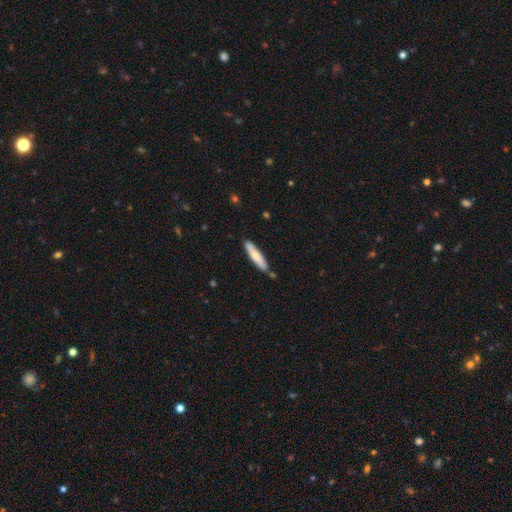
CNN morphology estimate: Smooth or featured? Predicted: smooth (p=0.68). How rounded? Predicted: cigar-shaped (p=0.85). Merging? Predicted: none (p=0.82).